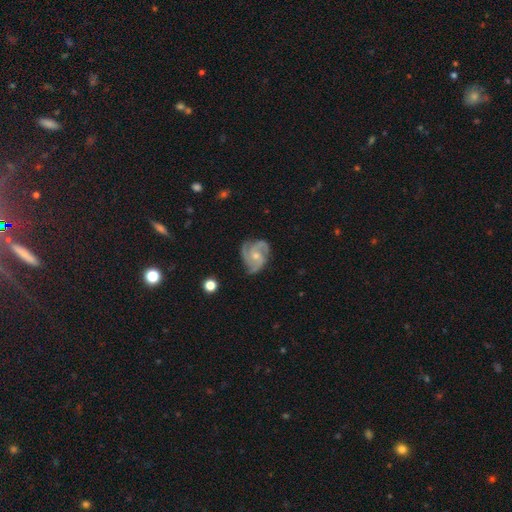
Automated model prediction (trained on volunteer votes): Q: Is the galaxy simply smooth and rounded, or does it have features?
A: featured or disk — 88%.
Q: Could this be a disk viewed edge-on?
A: no — 98%.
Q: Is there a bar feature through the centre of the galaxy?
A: no — 70%.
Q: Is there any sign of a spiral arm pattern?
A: yes — 98%.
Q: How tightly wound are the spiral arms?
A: medium — 49%.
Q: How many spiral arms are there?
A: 3 — 70%.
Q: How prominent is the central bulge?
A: small — 50%.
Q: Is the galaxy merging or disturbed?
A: none — 71%.